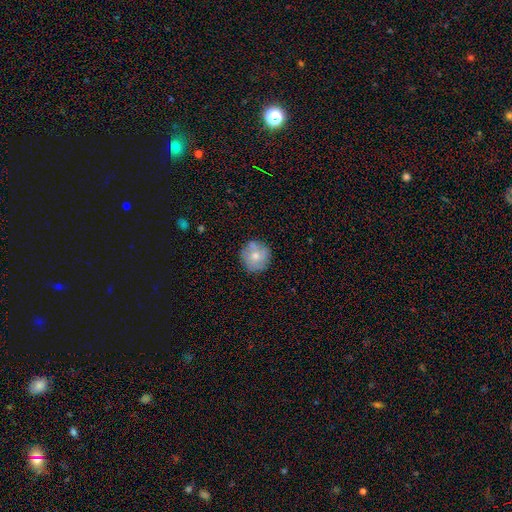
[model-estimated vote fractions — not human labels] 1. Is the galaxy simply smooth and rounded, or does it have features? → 65% smooth, 27% featured or disk, 9% star or artifact.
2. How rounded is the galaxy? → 93% round, 6% in between, 1% cigar-shaped.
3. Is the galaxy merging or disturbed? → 80% none, 14% minor disturbance, 3% major disturbance, 3% merger.